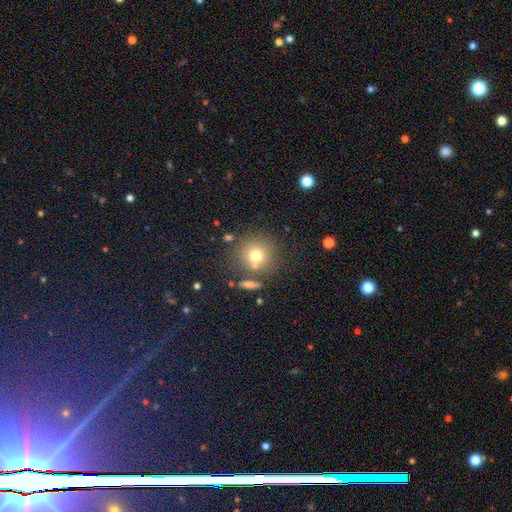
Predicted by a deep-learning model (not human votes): Smooth or featured?
  - smooth: 74% *
  - featured or disk: 14%
  - star or artifact: 13%
How rounded?
  - round: 92% *
  - in between: 7%
  - cigar-shaped: 1%
Merging?
  - none: 72% *
  - merger: 13%
  - minor disturbance: 11%
  - major disturbance: 4%